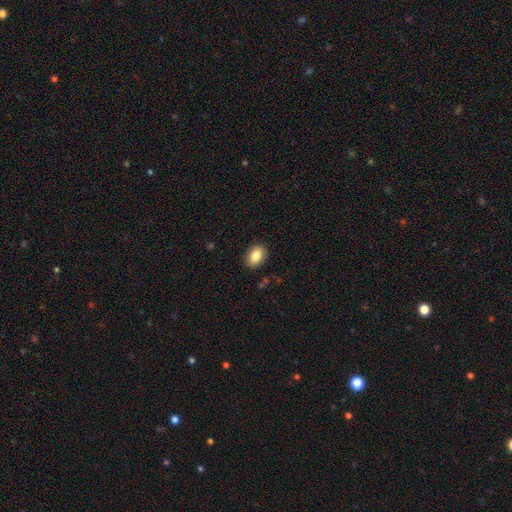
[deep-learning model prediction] smooth-or-featured: smooth: 86% | star or artifact: 8% | featured or disk: 7%
  how-rounded: in between: 84% | round: 14% | cigar-shaped: 1%
  merging: none: 88% | minor disturbance: 8% | major disturbance: 2% | merger: 1%